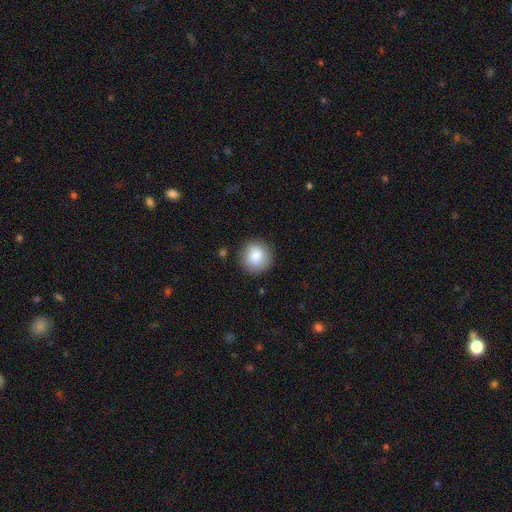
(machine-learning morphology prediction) smooth 84%, featured or disk 9%, star or artifact 8%. Down the decision tree: how rounded — round (93%); merging — none (87%).